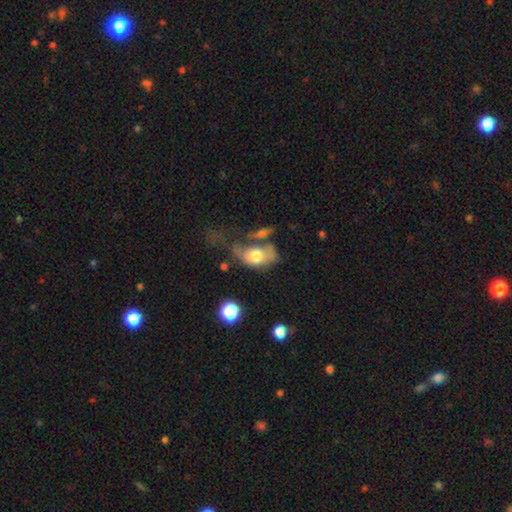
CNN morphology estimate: Smooth or featured?
  - smooth: 66% *
  - featured or disk: 26%
  - star or artifact: 8%
How rounded?
  - in between: 86% *
  - round: 12%
  - cigar-shaped: 2%
Merging?
  - major disturbance: 33% *
  - none: 23%
  - merger: 22%
  - minor disturbance: 22%